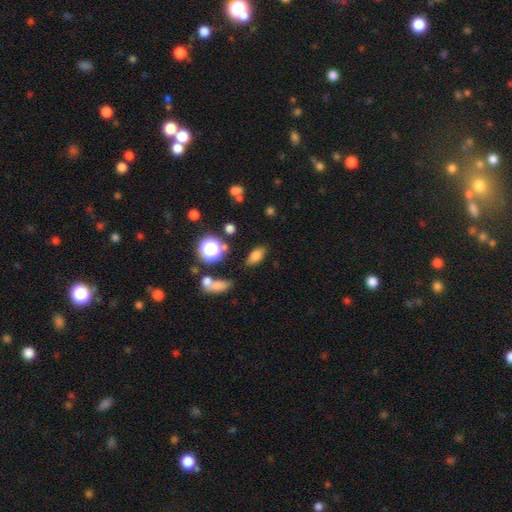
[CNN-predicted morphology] smooth 75%, star or artifact 15%, featured or disk 11%. Down the decision tree: how rounded — in between (83%); merging — none (77%).